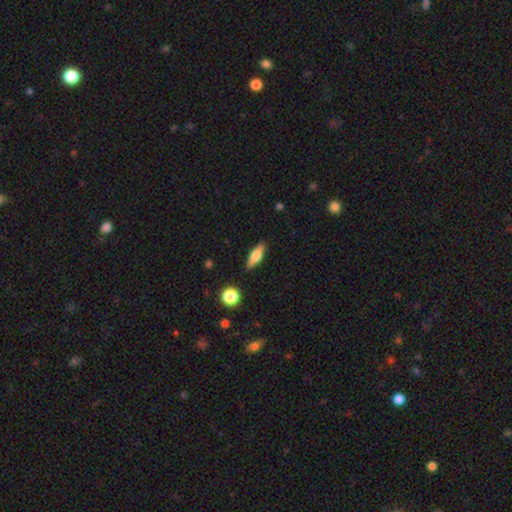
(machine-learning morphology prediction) Q: Smooth or featured?
A: smooth (63%); runner-up: featured or disk (30%)
Q: How rounded?
A: in between (54%); runner-up: cigar-shaped (42%)
Q: Merging?
A: none (87%); runner-up: minor disturbance (9%)